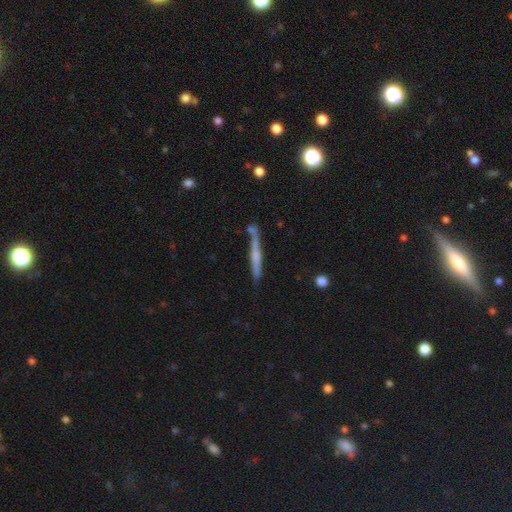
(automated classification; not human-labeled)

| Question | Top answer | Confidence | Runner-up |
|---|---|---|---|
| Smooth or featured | featured or disk | 49% | smooth (45%) |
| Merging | none | 73% | minor disturbance (16%) |